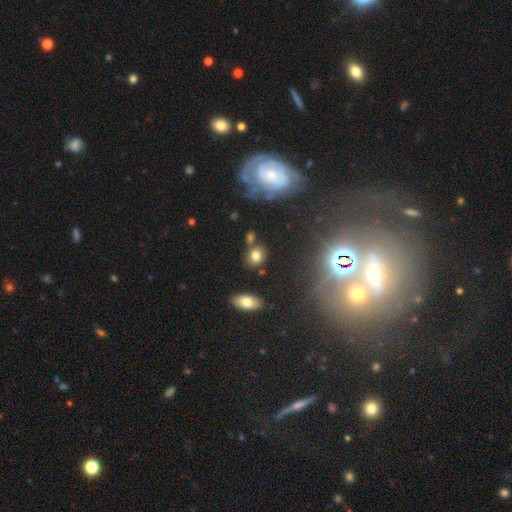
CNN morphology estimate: This is likely a smooth galaxy (76%). How rounded: possibly round (57%). Merging: likely none (71%).